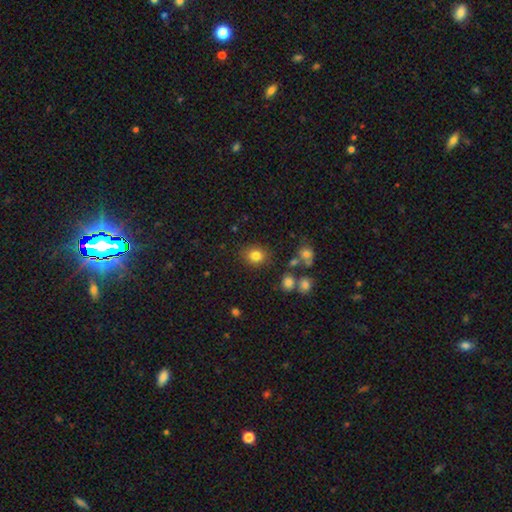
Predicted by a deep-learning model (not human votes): A smooth galaxy with no disk features (81%) that is round (69%). Merging: none (83%).